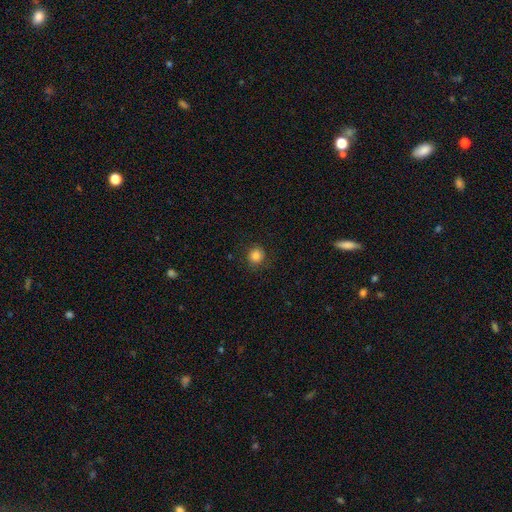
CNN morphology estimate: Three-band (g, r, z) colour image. It shows a smooth galaxy with no disk features (84%) that is round (90%). Merging: none (84%).